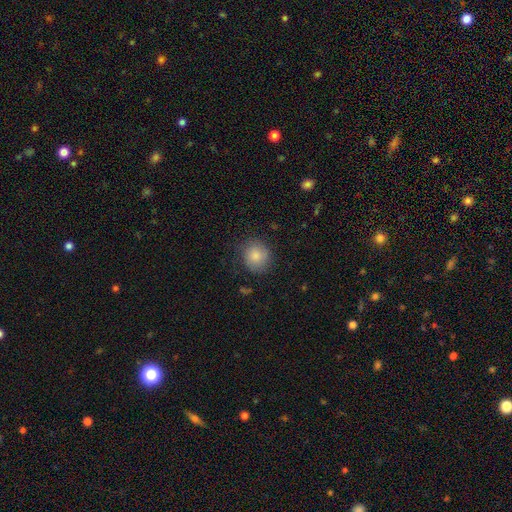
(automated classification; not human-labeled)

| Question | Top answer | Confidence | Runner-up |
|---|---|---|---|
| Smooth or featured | smooth | 84% | featured or disk (8%) |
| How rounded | round | 85% | in between (14%) |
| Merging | none | 78% | minor disturbance (16%) |